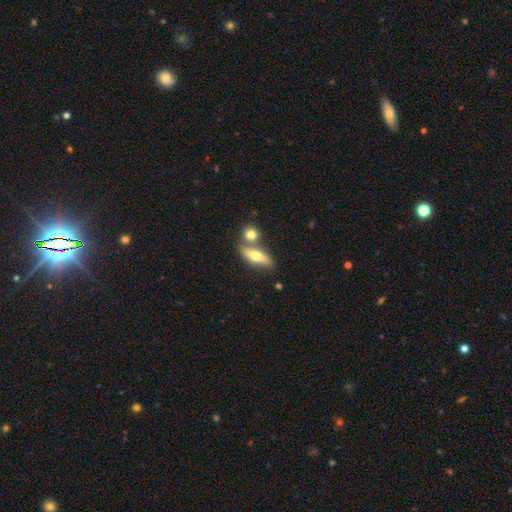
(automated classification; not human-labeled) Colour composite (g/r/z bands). It shows a smooth galaxy with no disk features (52%) that is in between round and cigar-shaped (49%). Merging: none (56%).